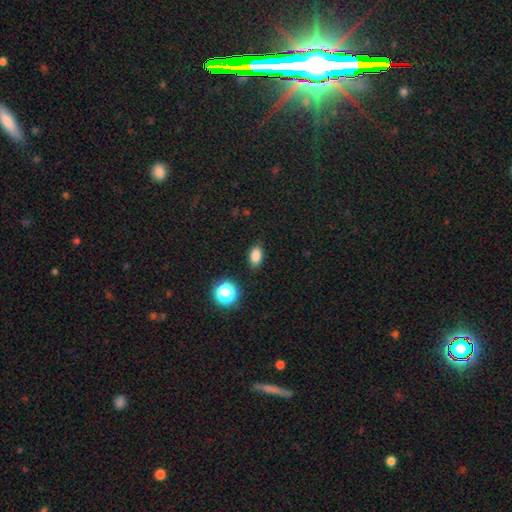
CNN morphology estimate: Smooth or featured?
  - smooth: 82% *
  - star or artifact: 13%
  - featured or disk: 5%
How rounded?
  - in between: 84% *
  - round: 14%
  - cigar-shaped: 2%
Merging?
  - none: 86% *
  - minor disturbance: 10%
  - major disturbance: 3%
  - merger: 1%